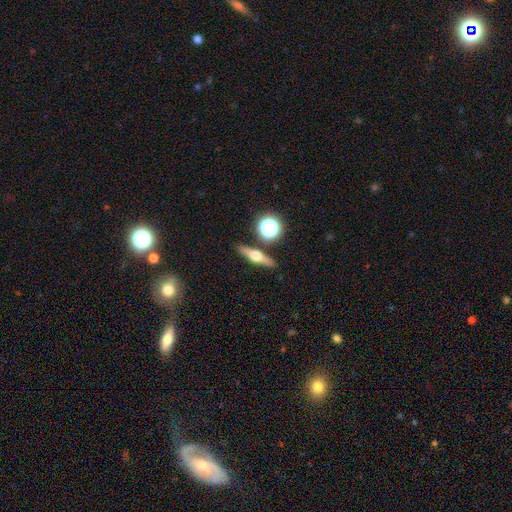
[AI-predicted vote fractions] Smooth or featured: featured or disk — 67% (smooth — 24%)
Edge-on disk: yes — 95% (no — 5%)
Edge-on bulge: rounded — 95% (boxy — 3%)
Merging: none — 86% (minor disturbance — 7%)